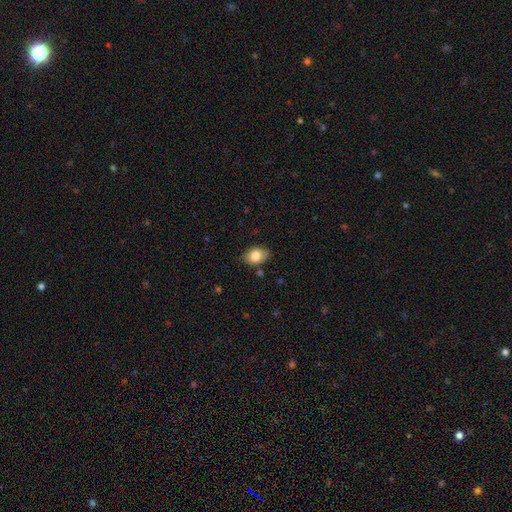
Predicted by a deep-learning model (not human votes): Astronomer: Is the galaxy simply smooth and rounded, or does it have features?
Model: smooth — 82%.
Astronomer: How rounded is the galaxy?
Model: in between — 82%.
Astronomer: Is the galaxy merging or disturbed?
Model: none — 80%.